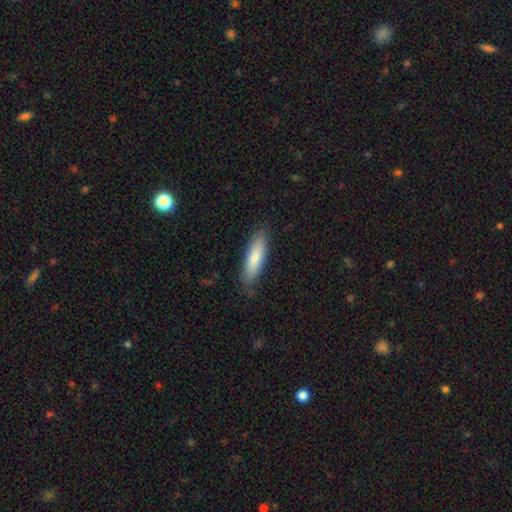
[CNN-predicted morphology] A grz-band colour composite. It shows a smooth galaxy with no disk features (77%) that is cigar-shaped (67%). Merging: none (85%).